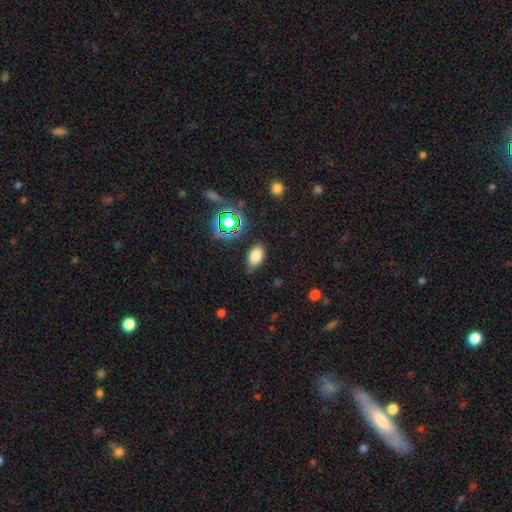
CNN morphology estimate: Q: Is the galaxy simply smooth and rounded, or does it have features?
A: smooth — 76%.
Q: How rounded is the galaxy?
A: in between — 89%.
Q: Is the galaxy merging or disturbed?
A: none — 75%.